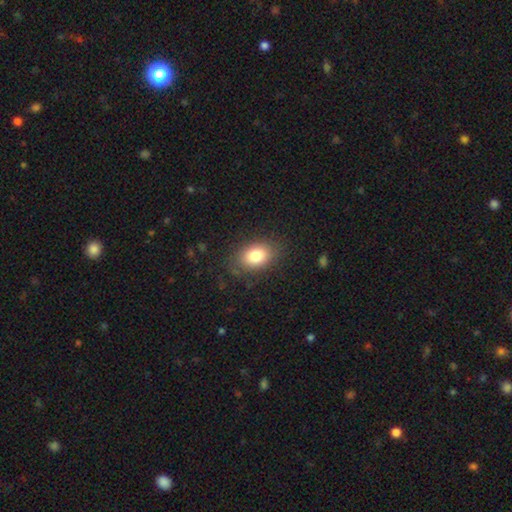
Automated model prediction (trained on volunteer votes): This is clearly a smooth galaxy (81%). How rounded: clearly in between (81%). Merging: clearly none (82%).